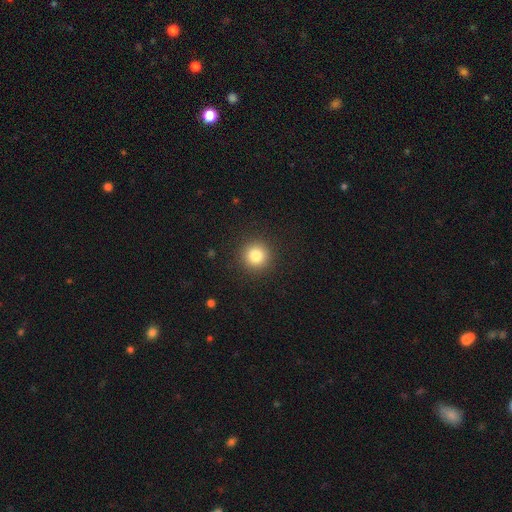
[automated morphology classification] Overall: smooth (82%). How rounded: round (95%). Merging: none (92%).